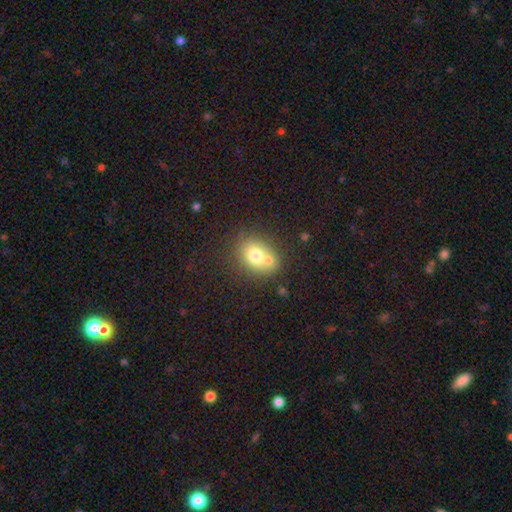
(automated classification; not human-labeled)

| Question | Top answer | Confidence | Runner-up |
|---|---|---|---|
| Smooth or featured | smooth | 70% | featured or disk (19%) |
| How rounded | round | 55% | in between (44%) |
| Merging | none | 47% | merger (38%) |